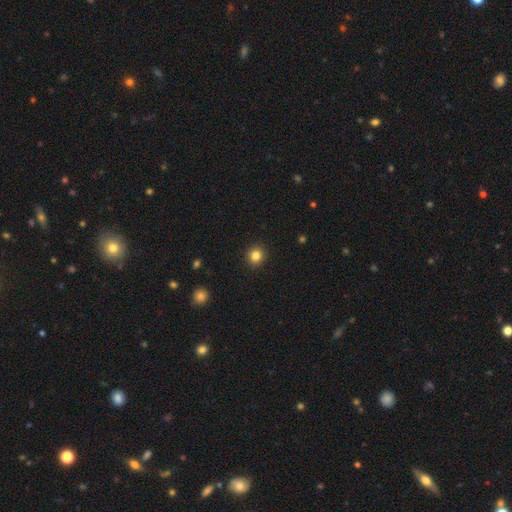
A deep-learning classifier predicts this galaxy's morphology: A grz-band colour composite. It shows a smooth galaxy with no disk features (83%) that is round (91%). Merging: none (92%).